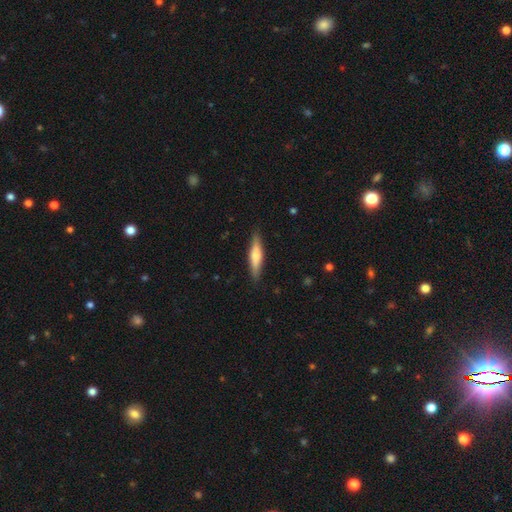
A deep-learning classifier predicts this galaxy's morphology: This is possibly a smooth galaxy (54%). How rounded: clearly cigar-shaped (81%). Merging: clearly none (88%).